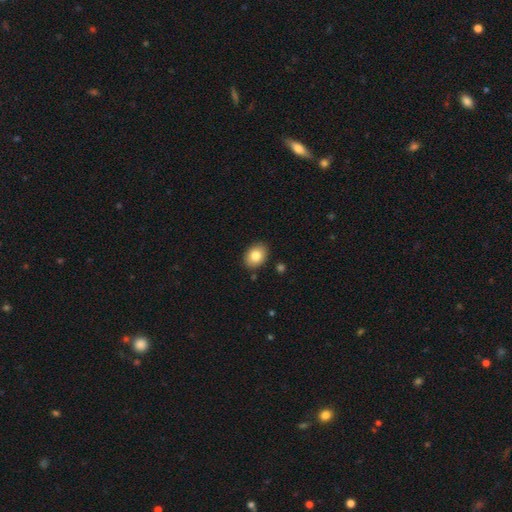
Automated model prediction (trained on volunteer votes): The model was most divided on "how rounded": in between: 66%, round: 33%, cigar-shaped: 1%. More confident: merging — none (87%); smooth or featured — smooth (82%).